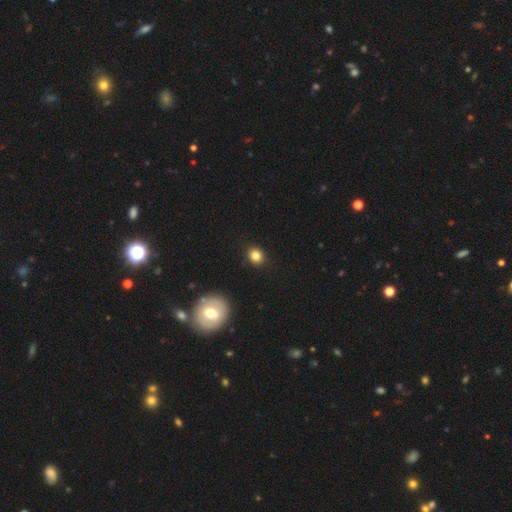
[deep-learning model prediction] smooth-or-featured: smooth: 83% | star or artifact: 11% | featured or disk: 5%
  how-rounded: round: 70% | in between: 28% | cigar-shaped: 1%
  merging: none: 89% | minor disturbance: 8% | major disturbance: 2% | merger: 1%